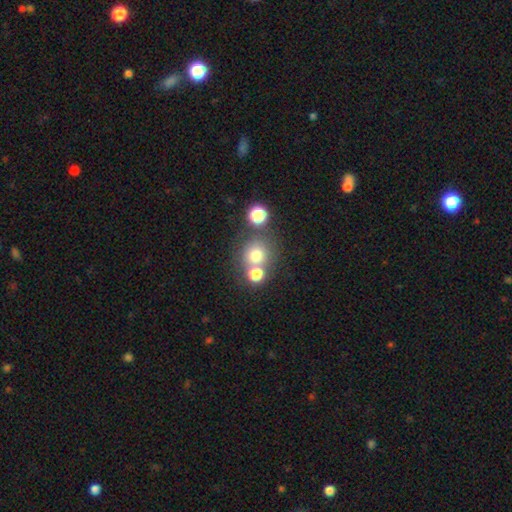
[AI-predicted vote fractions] The model was most divided on "merging": none: 61%, merger: 26%, minor disturbance: 9%, major disturbance: 4%. More confident: how rounded — round (89%); smooth or featured — smooth (72%).